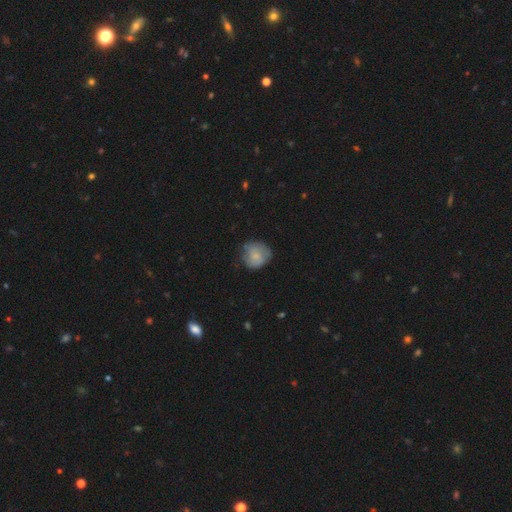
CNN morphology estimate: smooth-or-featured: smooth: 72% | featured or disk: 20% | star or artifact: 8%
  how-rounded: round: 80% | in between: 19% | cigar-shaped: 1%
  merging: none: 61% | minor disturbance: 29% | major disturbance: 9% | merger: 2%